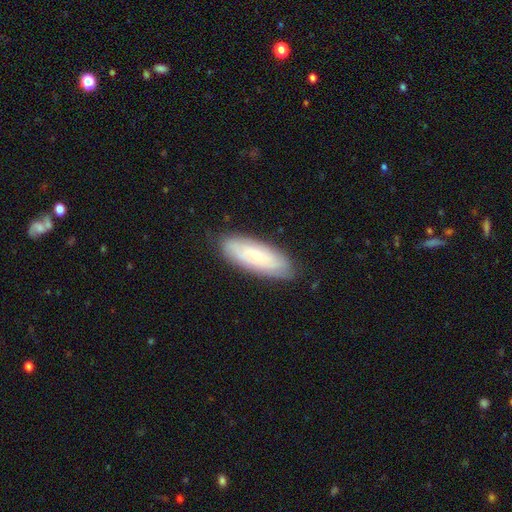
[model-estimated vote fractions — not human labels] smooth_or_featured: smooth (p=0.49) [alt: featured or disk p=0.44]
merging: none (p=0.84) [alt: minor disturbance p=0.13]